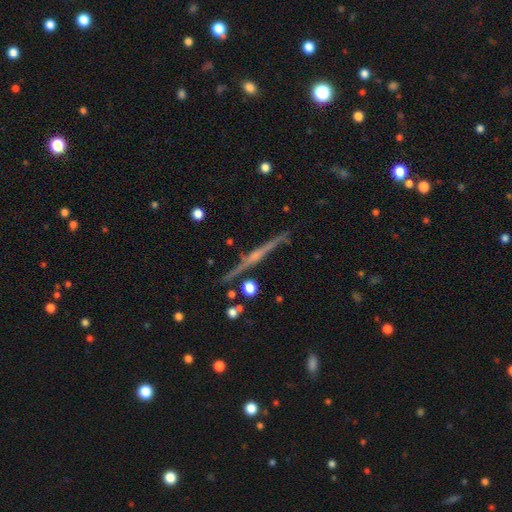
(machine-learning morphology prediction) Overall: featured or disk (81%). Edge-on disk: yes (98%). Edge-on bulge: rounded (63%; none 25%). Merging: none (86%).